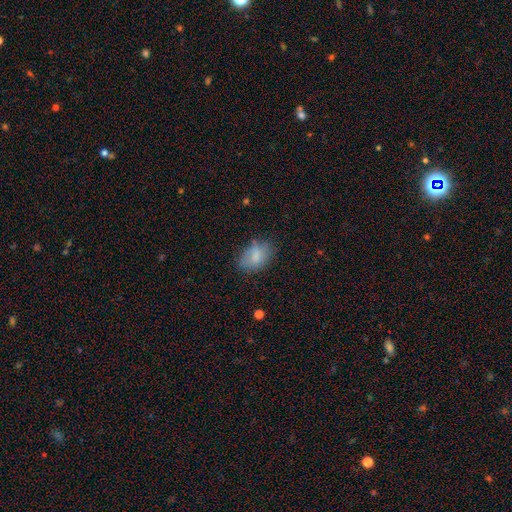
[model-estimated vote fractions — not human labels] A smooth galaxy with no disk features (78%) that is in between round and cigar-shaped (86%).

Vote fractions:
- Smooth or featured? smooth: 78% / featured or disk: 14% / star or artifact: 8%
- How rounded? in between: 86% / round: 12% / cigar-shaped: 1%
- Merging? none: 65% / minor disturbance: 25% / major disturbance: 8% / merger: 2%